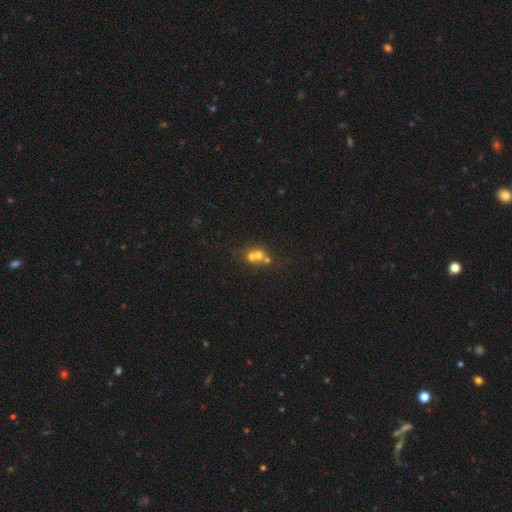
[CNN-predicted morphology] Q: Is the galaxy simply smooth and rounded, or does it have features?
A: smooth — 59%.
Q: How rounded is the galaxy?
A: round — 79%.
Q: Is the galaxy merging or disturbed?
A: merger — 61%.